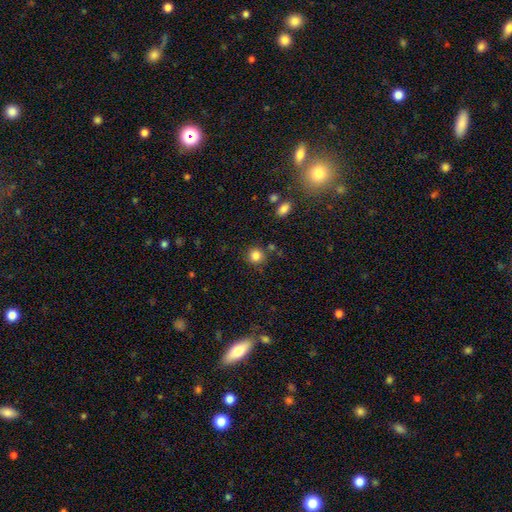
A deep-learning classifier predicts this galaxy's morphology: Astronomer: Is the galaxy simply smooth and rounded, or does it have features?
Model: smooth — 85%.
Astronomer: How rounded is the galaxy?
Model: round — 90%.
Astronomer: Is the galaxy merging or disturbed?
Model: none — 80%.